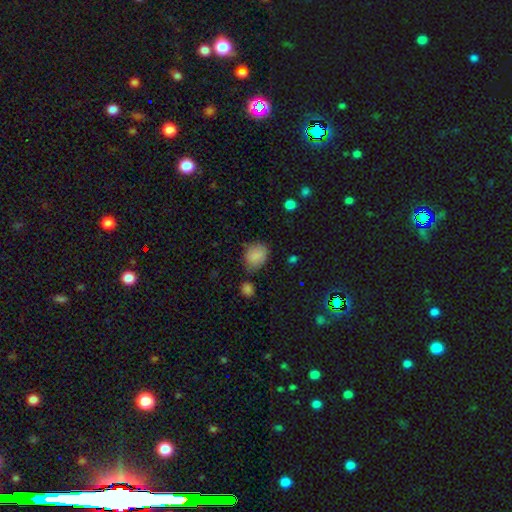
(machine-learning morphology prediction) This appears to be a smooth galaxy with no disk features (85%) that is in between round and cigar-shaped (50%). Merging: none (66%).